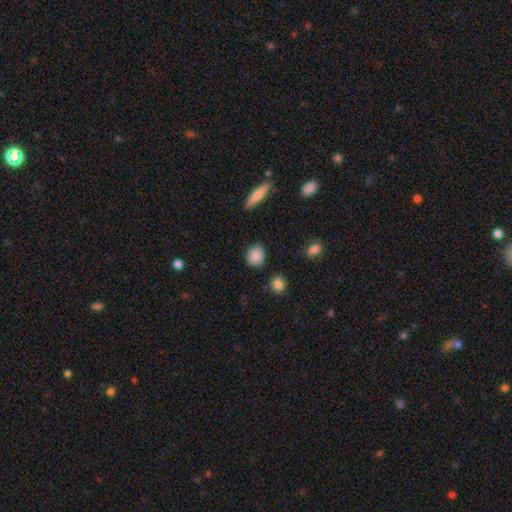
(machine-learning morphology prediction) smooth_or_featured: smooth (p=0.87) [alt: star or artifact p=0.08]
how_rounded: round (p=0.72) [alt: in between p=0.26]
merging: none (p=0.85) [alt: minor disturbance p=0.11]